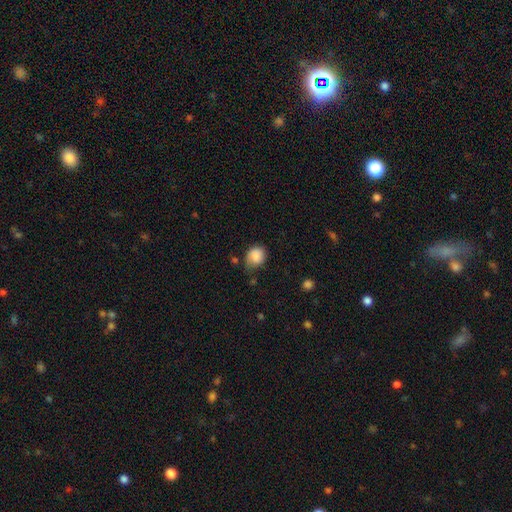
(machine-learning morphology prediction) Q: Smooth or featured?
A: smooth (84%); runner-up: star or artifact (8%)
Q: How rounded?
A: round (64%); runner-up: in between (36%)
Q: Merging?
A: none (55%); runner-up: minor disturbance (33%)